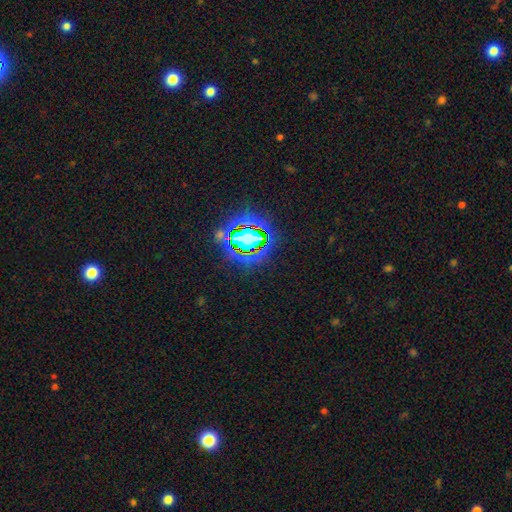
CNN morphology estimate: Smooth or featured?
  - star or artifact: 82% *
  - smooth: 11%
  - featured or disk: 7%